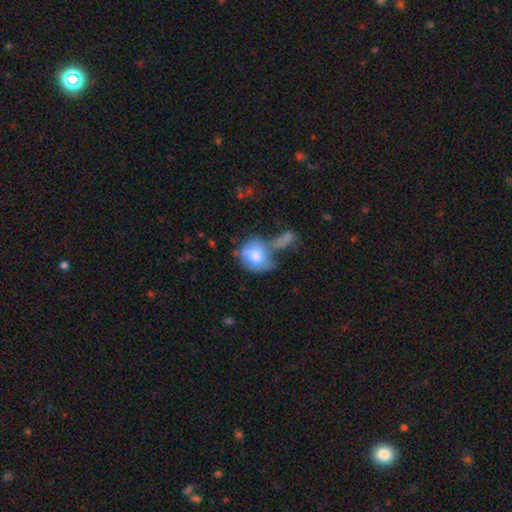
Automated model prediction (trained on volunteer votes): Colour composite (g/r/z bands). It shows a smooth galaxy with no disk features (68%) that is round (54%). Merging: merger (39%).